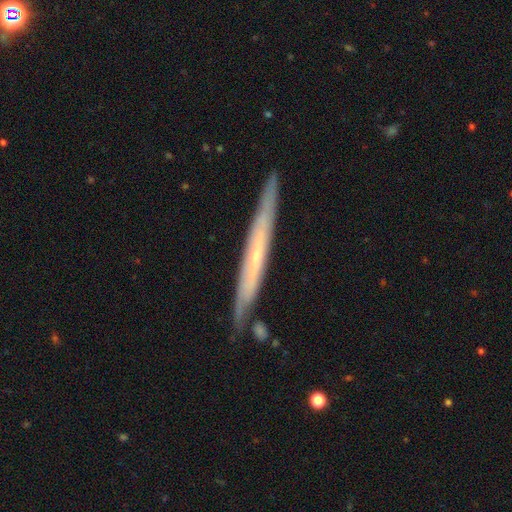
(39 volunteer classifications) Smooth or featured?
  - featured or disk: 74% *
  - smooth: 21%
  - star or artifact: 5%
Edge-on disk?
  - yes: 100% *
  - no: 0%
Edge-on bulge?
  - none: 52% *
  - rounded: 41%
  - boxy: 7%
Merging?
  - none: 86% *
  - minor disturbance: 11%
  - merger: 3%
  - major disturbance: 0%